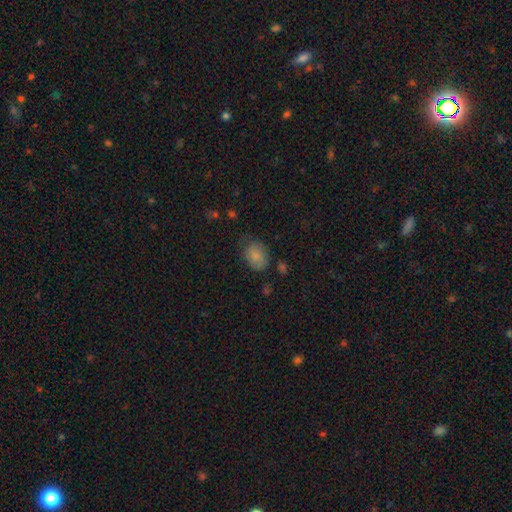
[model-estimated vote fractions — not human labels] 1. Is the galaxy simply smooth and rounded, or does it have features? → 82% smooth, 10% featured or disk, 8% star or artifact.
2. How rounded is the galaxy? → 64% in between, 35% round, 1% cigar-shaped.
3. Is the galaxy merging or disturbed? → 59% none, 29% minor disturbance, 9% major disturbance, 3% merger.